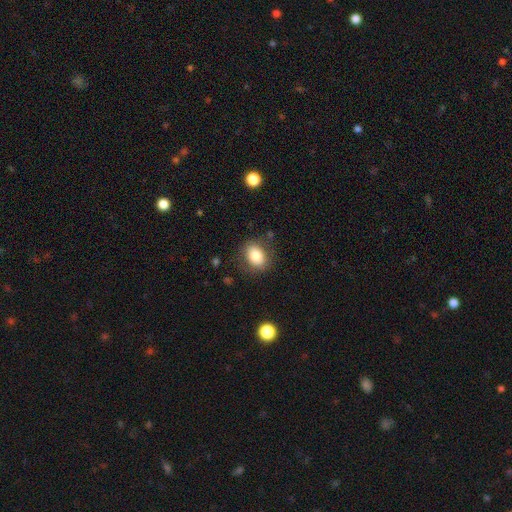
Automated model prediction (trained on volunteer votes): Smooth or featured: smooth — 79% (featured or disk — 12%)
How rounded: in between — 61% (round — 38%)
Merging: none — 79% (minor disturbance — 14%)